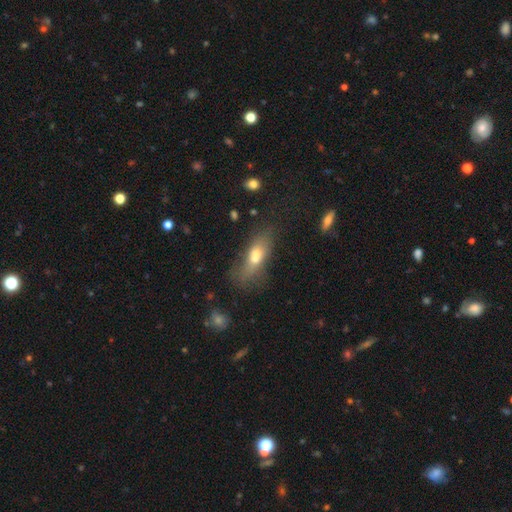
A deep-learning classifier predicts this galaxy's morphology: This is likely a smooth galaxy (60%). How rounded: likely in between (62%). Merging: marginally none (40%).